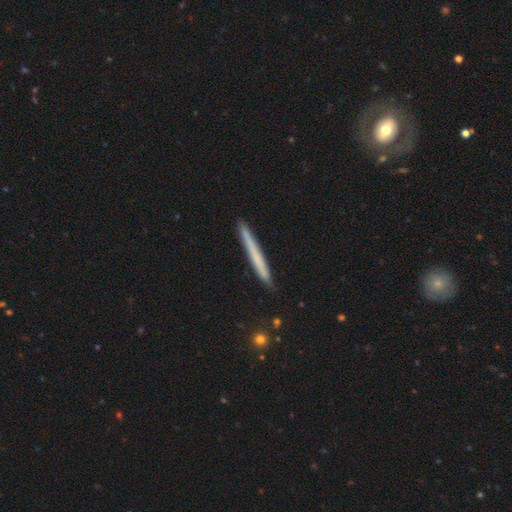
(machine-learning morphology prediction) This is possibly a smooth galaxy (58%). How rounded: clearly cigar-shaped (97%). Merging: clearly none (90%).